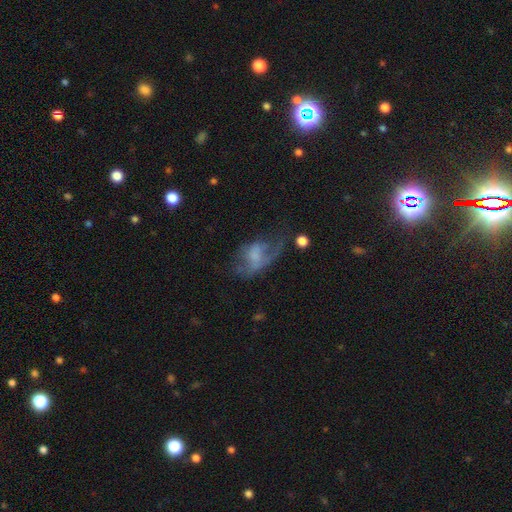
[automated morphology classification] Smooth or featured? Predicted: featured or disk (p=0.53). Edge-on disk? Predicted: no (p=0.95). Bar? Predicted: no (p=0.73). Spiral arms? Predicted: yes (p=0.54). Bulge size? Predicted: none (p=0.46). Merging? Predicted: major disturbance (p=0.48).